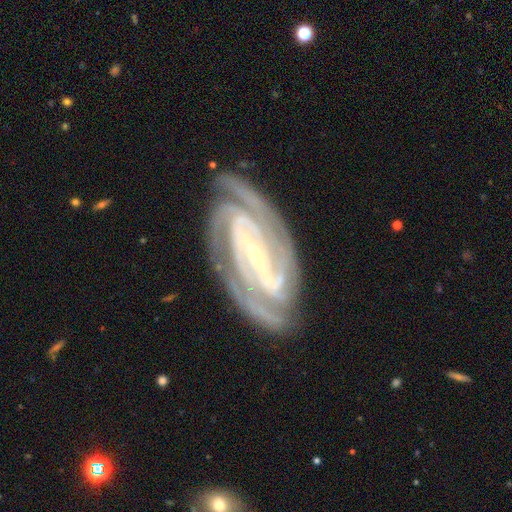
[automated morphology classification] A featured or disk galaxy (91%) with a strong bar (70%), 2 (38%) tight (70%) spiral arms (98%) and a small central bulge (76%). Merging: none (79%).